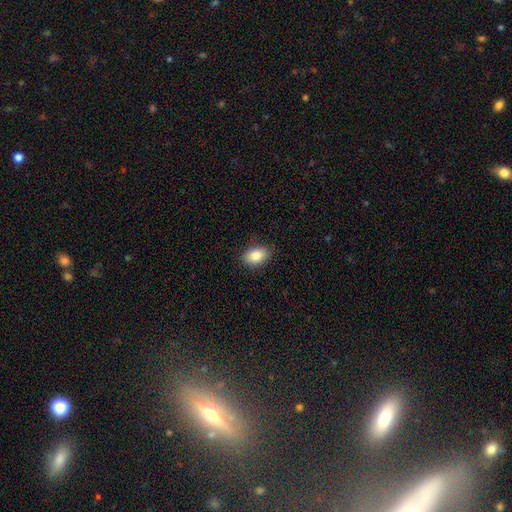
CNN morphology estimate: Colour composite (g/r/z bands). It shows a smooth galaxy with no disk features (86%) that is in between round and cigar-shaped (86%). Merging: none (87%).